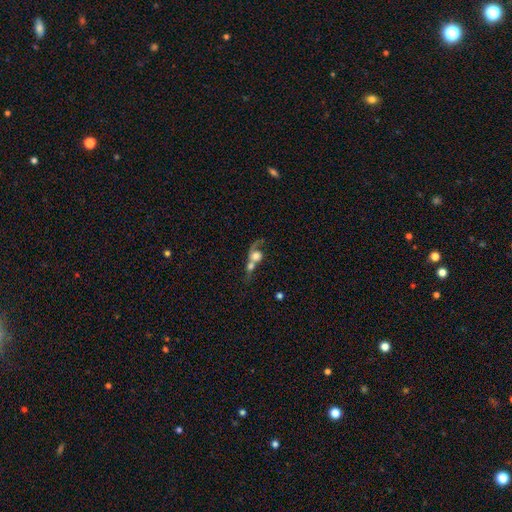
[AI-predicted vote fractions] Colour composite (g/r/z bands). It shows a smooth galaxy with no disk features (46%). Merging: merger (73%).